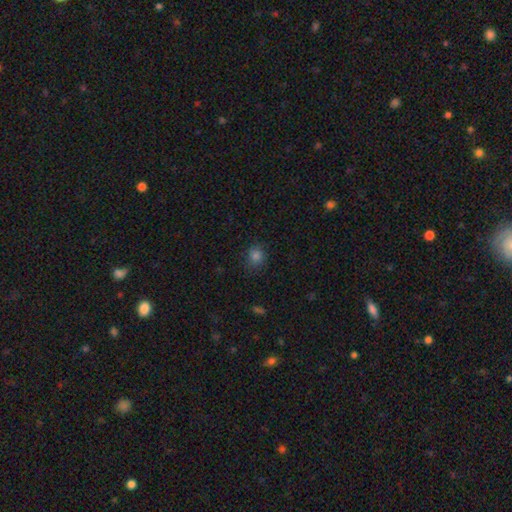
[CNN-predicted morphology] A smooth galaxy with no disk features (80%) that is round (80%). Merging: none (84%).